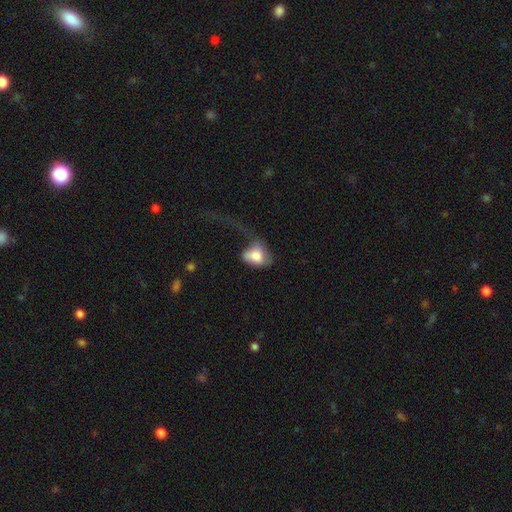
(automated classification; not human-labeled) The model was most divided on "merging": major disturbance: 58%, minor disturbance: 18%, none: 17%, merger: 6%. More confident: how rounded — in between (75%); smooth or featured — smooth (73%).